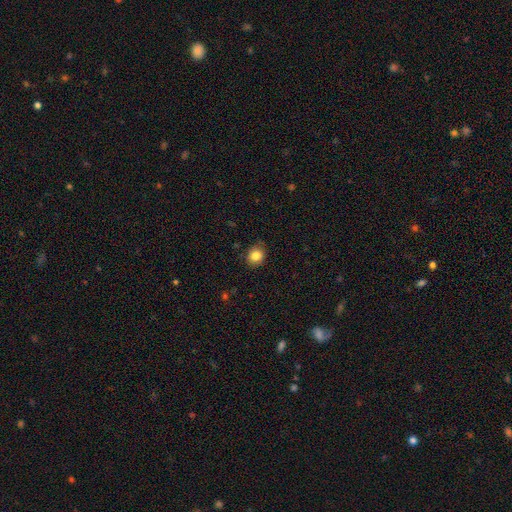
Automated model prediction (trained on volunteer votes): This is clearly a smooth galaxy (85%). How rounded: likely round (77%). Merging: clearly none (83%).